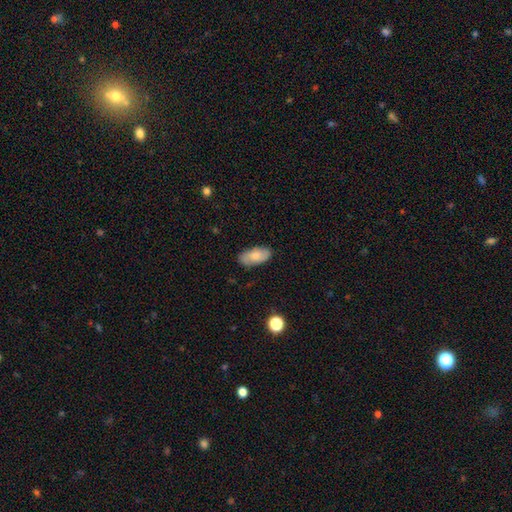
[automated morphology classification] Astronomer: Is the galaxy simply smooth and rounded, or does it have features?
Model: smooth — 75%.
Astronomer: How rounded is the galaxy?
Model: in between — 92%.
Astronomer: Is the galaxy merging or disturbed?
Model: none — 85%.